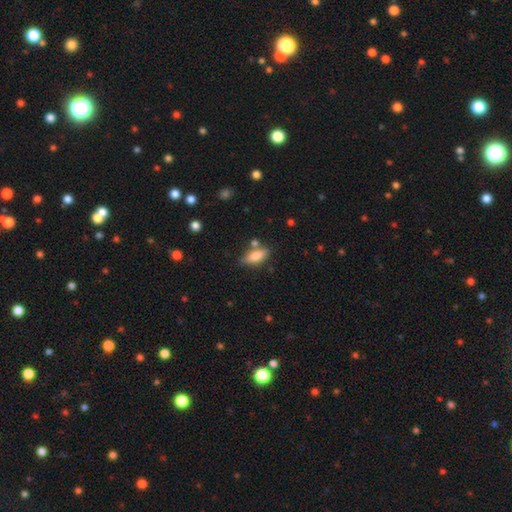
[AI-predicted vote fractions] smooth_or_featured: smooth (p=0.77) [alt: featured or disk p=0.15]
how_rounded: in between (p=0.73) [alt: cigar-shaped p=0.24]
merging: none (p=0.71) [alt: minor disturbance p=0.15]